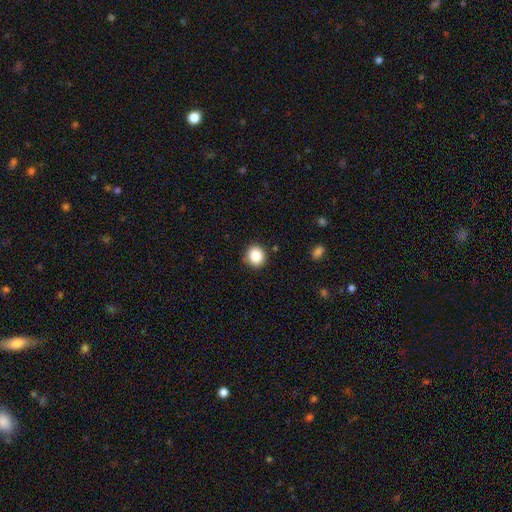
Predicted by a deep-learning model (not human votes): Smooth or featured? smooth (86%)
How rounded? round (84%)
Merging? none (88%)